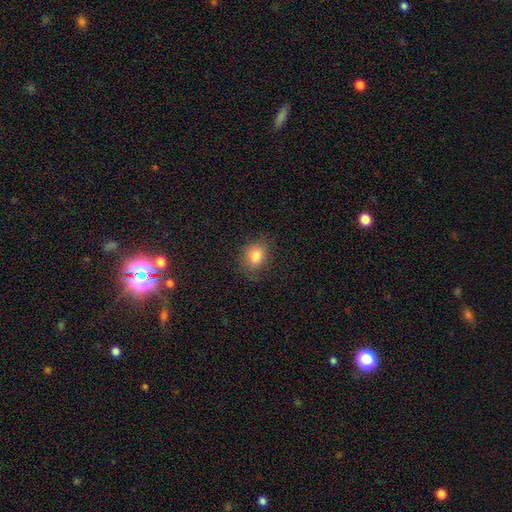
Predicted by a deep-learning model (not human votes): A smooth galaxy with no disk features (82%) that is round (54%). Merging: none (79%).